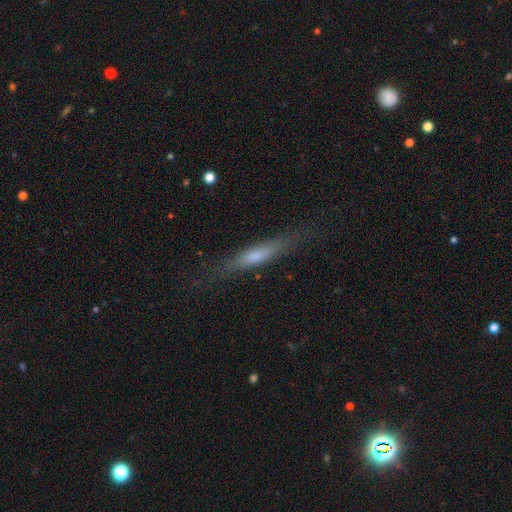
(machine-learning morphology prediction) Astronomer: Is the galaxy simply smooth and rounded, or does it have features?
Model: smooth — 53% (runner-up: featured or disk, 40%).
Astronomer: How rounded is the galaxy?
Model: cigar-shaped — 87%.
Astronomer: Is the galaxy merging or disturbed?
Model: none — 77%.